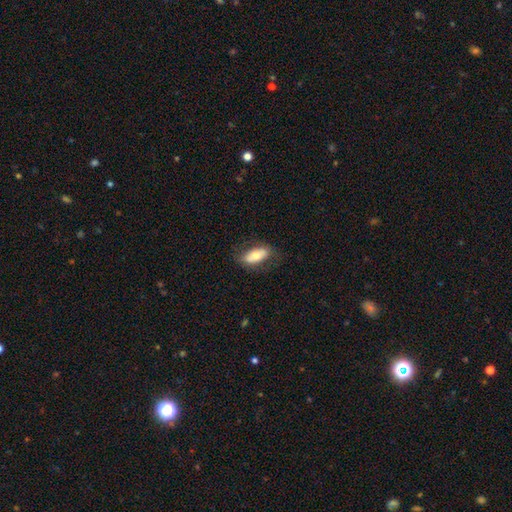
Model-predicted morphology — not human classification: Smooth or featured? Predicted: smooth (p=0.70). How rounded? Predicted: in between (p=0.84). Merging? Predicted: none (p=0.76).